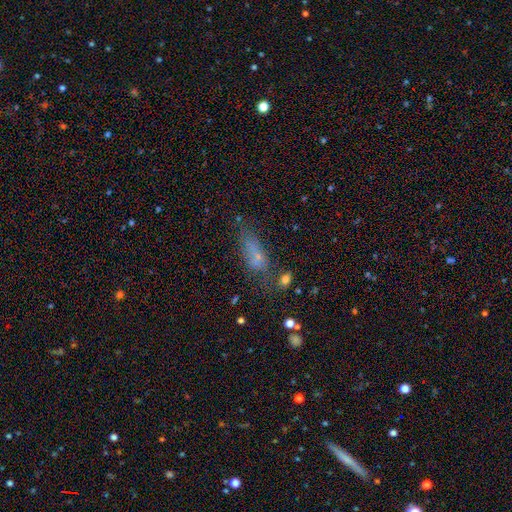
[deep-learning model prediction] Smooth or featured? smooth (62%)
How rounded? in between (61%)
Merging? none (43%)